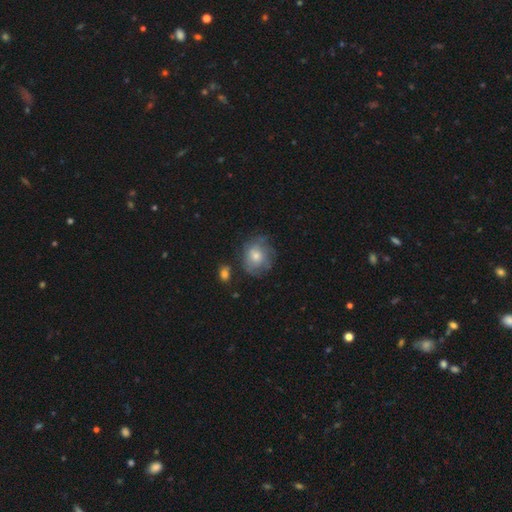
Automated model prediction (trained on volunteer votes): smooth 55%, featured or disk 34%, star or artifact 11%. Down the decision tree: how rounded — round (73%); merging — none (66%).